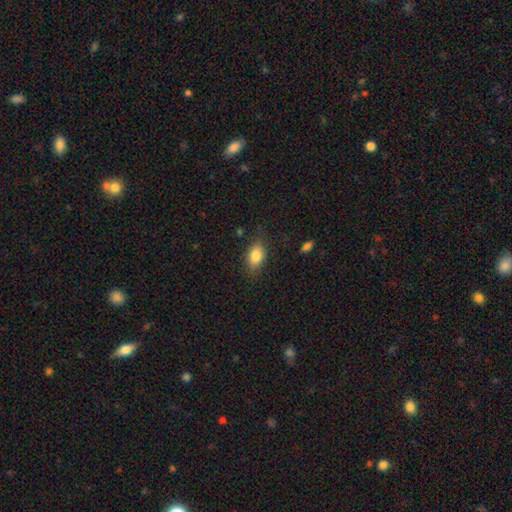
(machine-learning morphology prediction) smooth_or_featured: smooth (p=0.83) [alt: featured or disk p=0.09]
how_rounded: in between (p=0.85) [alt: round p=0.12]
merging: none (p=0.78) [alt: minor disturbance p=0.16]